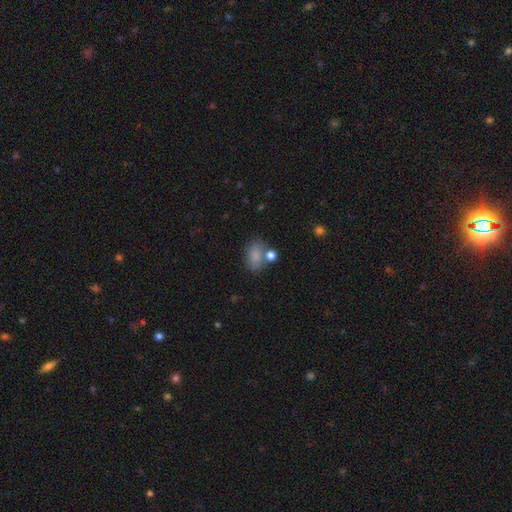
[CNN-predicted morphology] Q: Smooth or featured?
A: smooth (82%); runner-up: star or artifact (9%)
Q: How rounded?
A: in between (81%); runner-up: round (17%)
Q: Merging?
A: none (57%); runner-up: merger (20%)